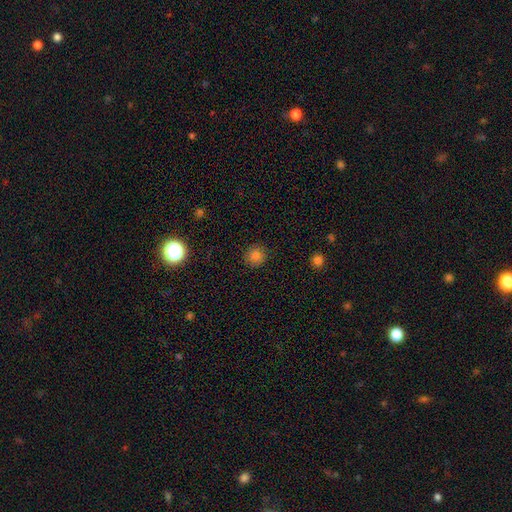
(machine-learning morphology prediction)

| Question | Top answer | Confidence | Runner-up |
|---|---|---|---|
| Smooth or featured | smooth | 82% | star or artifact (13%) |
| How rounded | round | 90% | in between (9%) |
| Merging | none | 89% | minor disturbance (7%) |